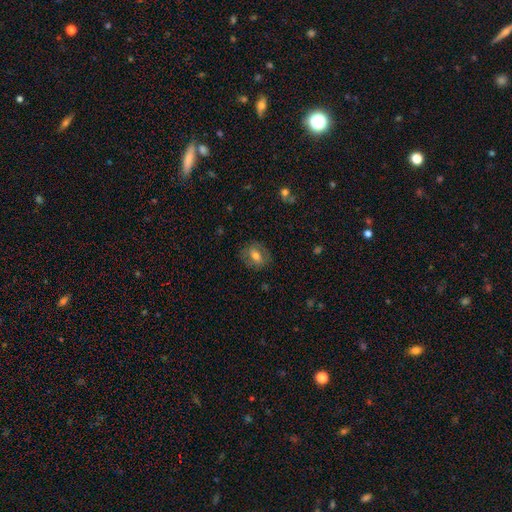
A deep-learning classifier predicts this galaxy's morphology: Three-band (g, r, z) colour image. It shows a smooth galaxy with no disk features (60%) that is in between round and cigar-shaped (54%). Merging: none (80%).